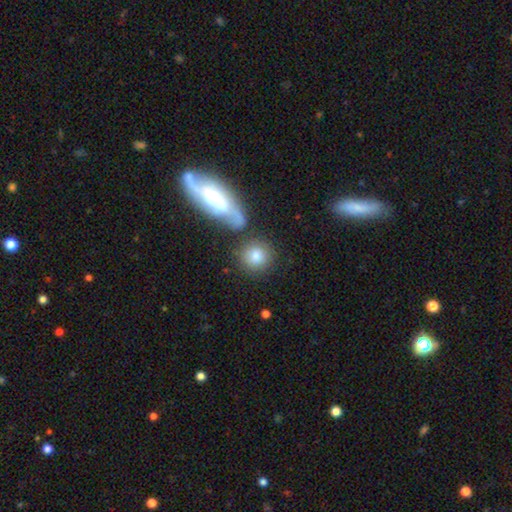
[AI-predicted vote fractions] smooth-or-featured: smooth: 77% | featured or disk: 14% | star or artifact: 10%
  how-rounded: round: 84% | in between: 13% | cigar-shaped: 3%
  merging: none: 67% | merger: 16% | minor disturbance: 11% | major disturbance: 5%